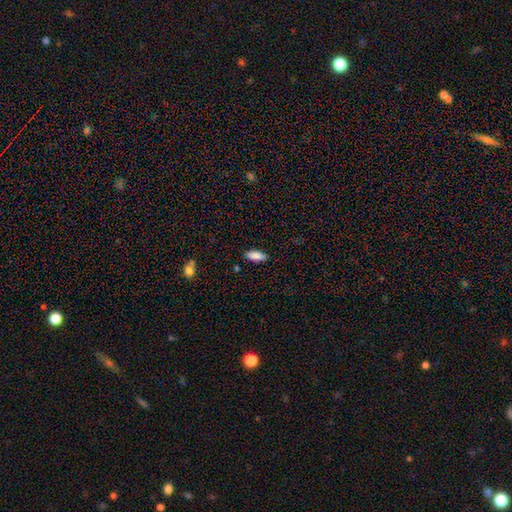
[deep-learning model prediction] Morphology: type=smooth (87%); roundness=in between (77%); merging=none (87%).